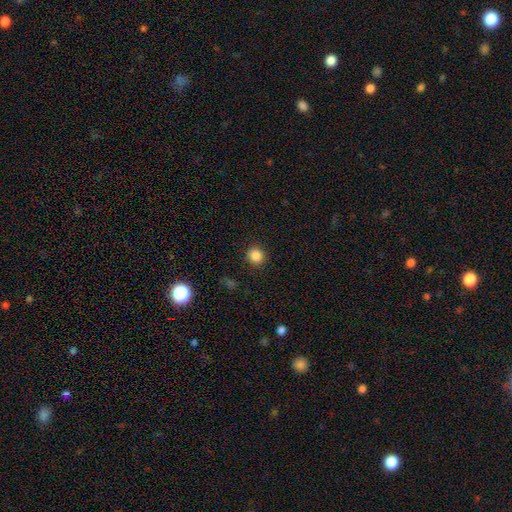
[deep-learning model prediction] Morphology: type=smooth (85%); roundness=round (86%); merging=none (91%).